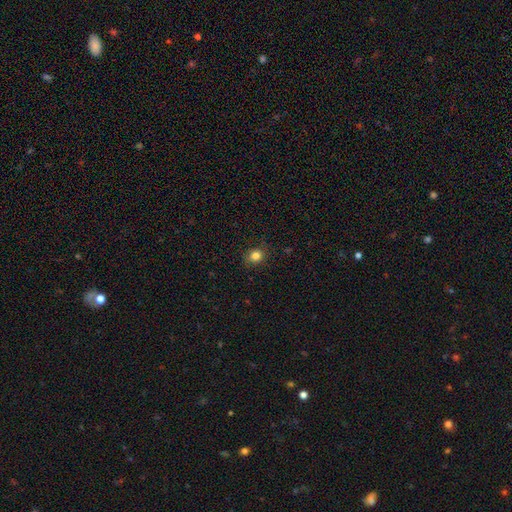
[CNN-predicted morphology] smooth_or_featured: smooth (p=0.82) [alt: star or artifact p=0.12]
how_rounded: round (p=0.70) [alt: in between p=0.29]
merging: none (p=0.85) [alt: minor disturbance p=0.11]